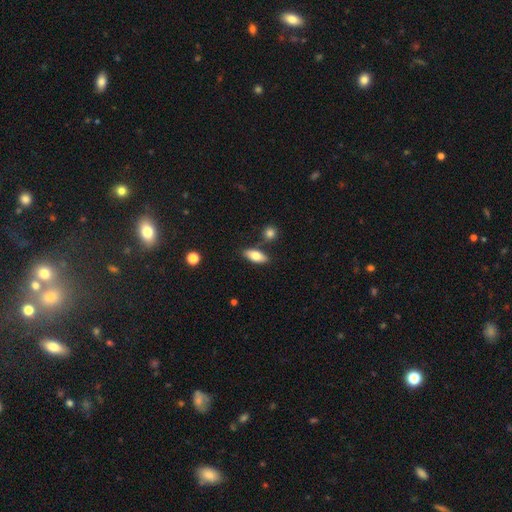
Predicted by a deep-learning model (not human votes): Smooth or featured? Predicted: smooth (p=0.76). How rounded? Predicted: in between (p=0.82). Merging? Predicted: none (p=0.79).